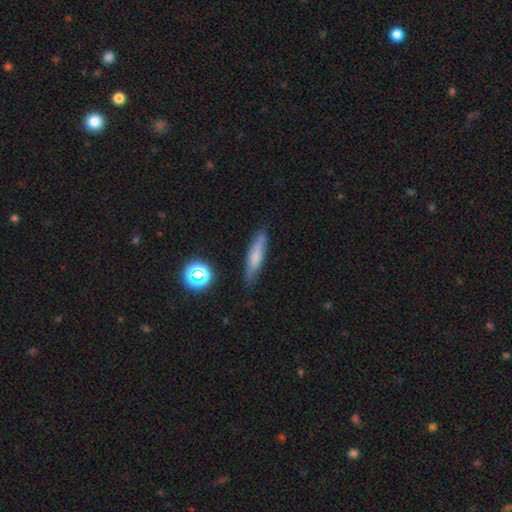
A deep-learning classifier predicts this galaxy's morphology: Smooth or featured?
  - smooth: 63% *
  - featured or disk: 26%
  - star or artifact: 10%
How rounded?
  - cigar-shaped: 79% *
  - in between: 18%
  - round: 3%
Merging?
  - none: 76% *
  - minor disturbance: 18%
  - major disturbance: 4%
  - merger: 2%